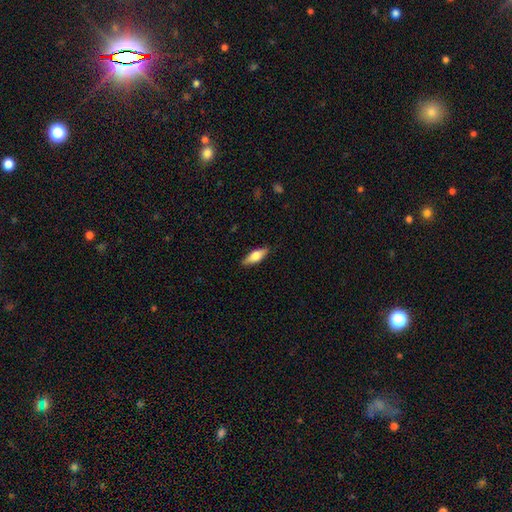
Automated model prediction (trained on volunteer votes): This appears to be a smooth galaxy with no disk features (60%) that is in between round and cigar-shaped (60%). Merging: none (87%).